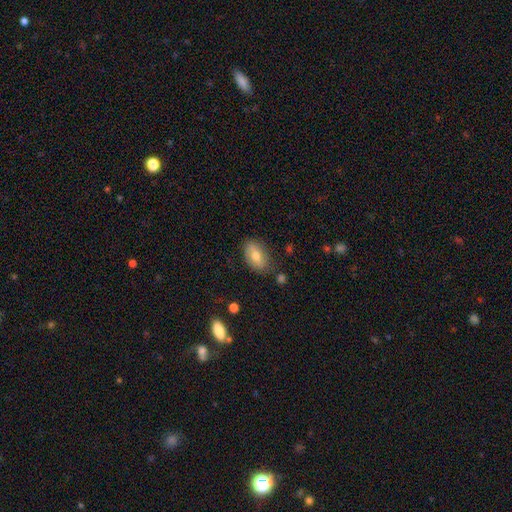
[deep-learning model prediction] Smooth or featured?
  - smooth: 66% *
  - featured or disk: 26%
  - star or artifact: 8%
How rounded?
  - in between: 89% *
  - round: 6%
  - cigar-shaped: 4%
Merging?
  - none: 78% *
  - minor disturbance: 16%
  - major disturbance: 4%
  - merger: 2%